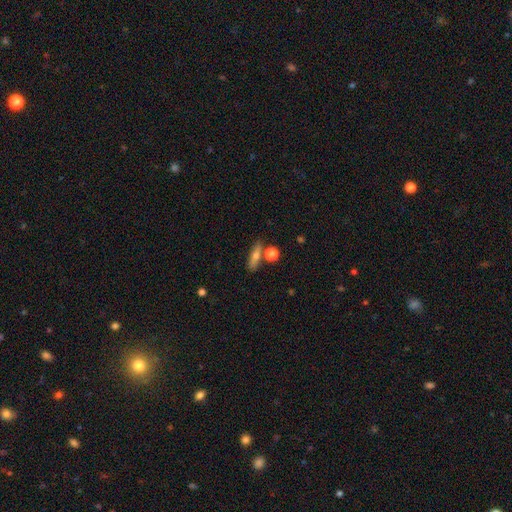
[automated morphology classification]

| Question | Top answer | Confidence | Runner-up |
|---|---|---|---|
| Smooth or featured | smooth | 65% | featured or disk (25%) |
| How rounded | cigar-shaped | 55% | in between (34%) |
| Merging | none | 68% | merger (14%) |